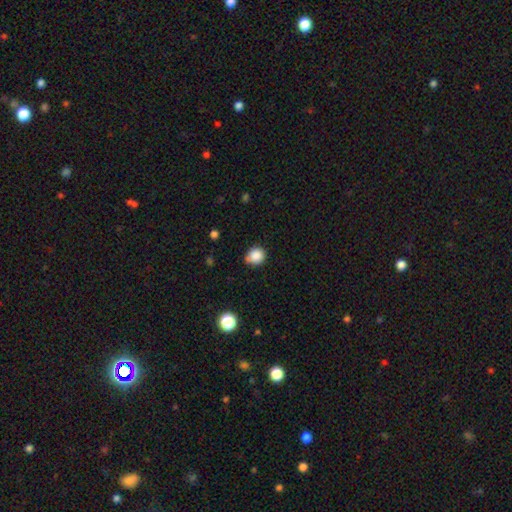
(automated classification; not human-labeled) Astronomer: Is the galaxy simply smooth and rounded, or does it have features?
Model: smooth — 86%.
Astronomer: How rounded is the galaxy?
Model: round — 83%.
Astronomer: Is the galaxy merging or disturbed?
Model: none — 67%.